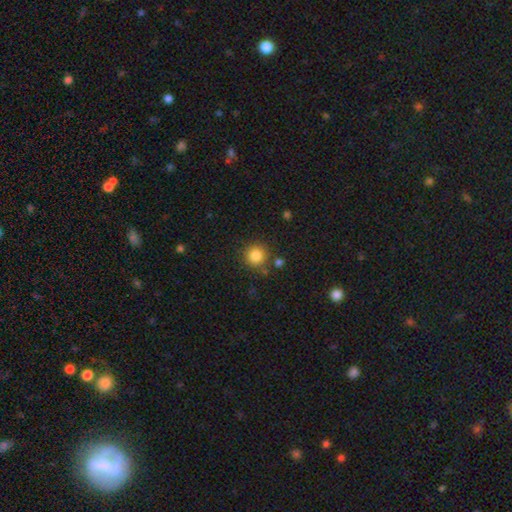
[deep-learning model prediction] Smooth or featured? Predicted: smooth (p=0.84). How rounded? Predicted: round (p=0.94). Merging? Predicted: none (p=0.83).